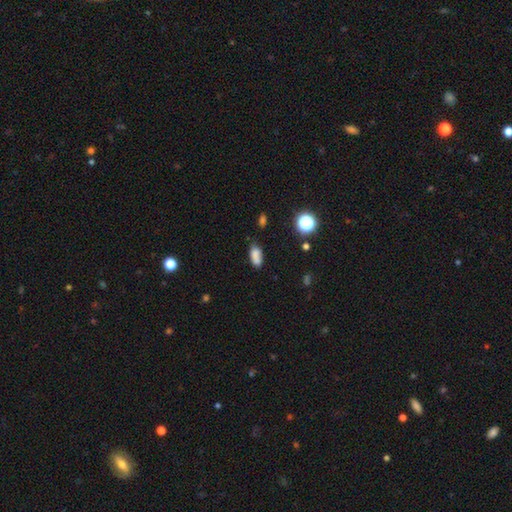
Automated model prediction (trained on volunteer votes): Morphology: type=smooth (79%); roundness=in between (81%); merging=none (64%).